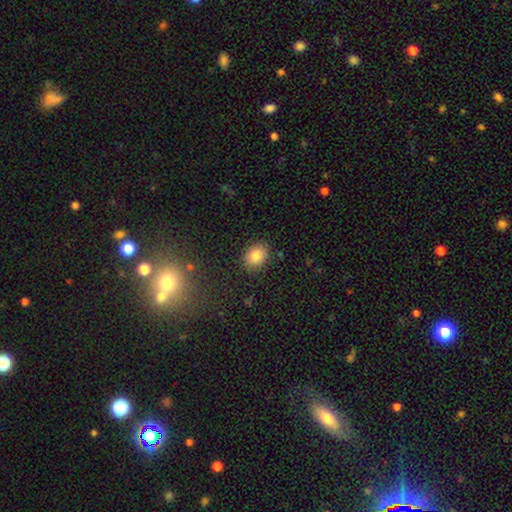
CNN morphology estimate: A smooth galaxy with no disk features (83%) that is in between round and cigar-shaped (64%). Merging: none (85%).